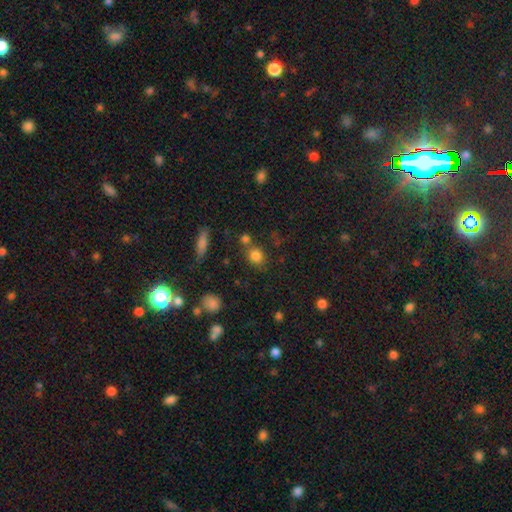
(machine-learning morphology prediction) A smooth galaxy with no disk features (80%) that is round (76%).

Vote fractions:
- Smooth or featured? smooth: 80% / star or artifact: 13% / featured or disk: 7%
- How rounded? round: 76% / in between: 22% / cigar-shaped: 2%
- Merging? none: 65% / merger: 19% / minor disturbance: 12% / major disturbance: 5%